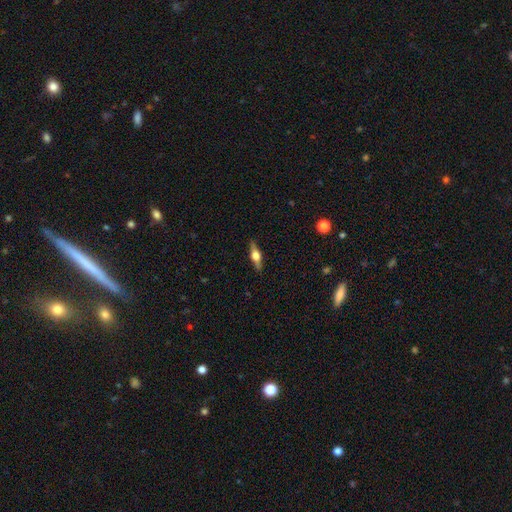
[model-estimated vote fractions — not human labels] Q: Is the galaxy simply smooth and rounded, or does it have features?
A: featured or disk — 63%.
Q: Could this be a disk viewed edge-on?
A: yes — 96%.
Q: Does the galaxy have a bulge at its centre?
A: rounded — 93%.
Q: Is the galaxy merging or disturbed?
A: none — 88%.